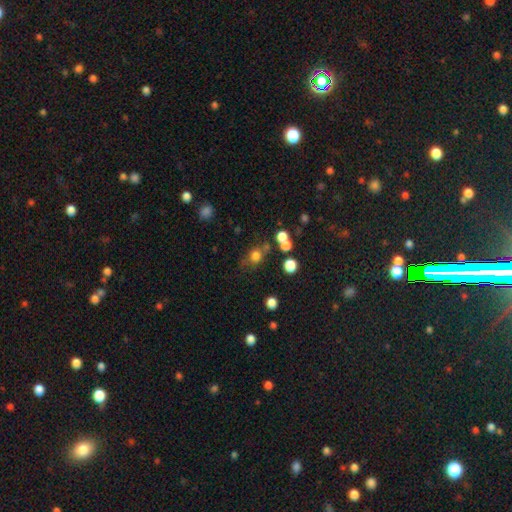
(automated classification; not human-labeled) smooth_or_featured: smooth (p=0.72) [alt: star or artifact p=0.17]
how_rounded: round (p=0.73) [alt: in between p=0.25]
merging: none (p=0.58) [alt: minor disturbance p=0.17]